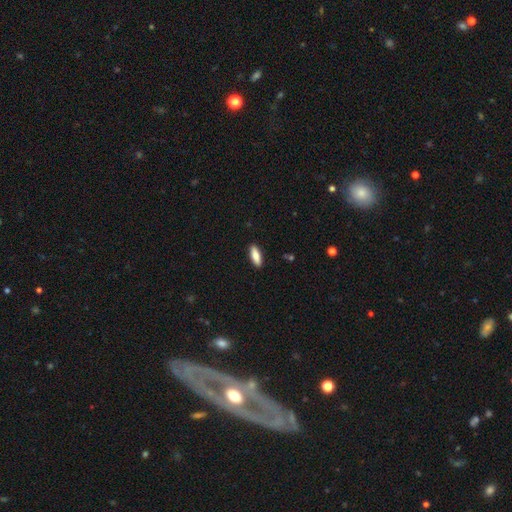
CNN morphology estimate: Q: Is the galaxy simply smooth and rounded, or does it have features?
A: smooth — 83%.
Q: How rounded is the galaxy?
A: in between — 61%.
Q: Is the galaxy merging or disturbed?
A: none — 90%.